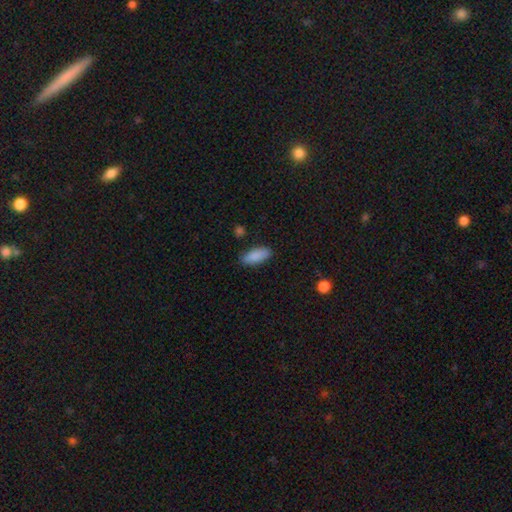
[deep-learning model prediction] Smooth or featured?
  - smooth: 88% *
  - star or artifact: 7%
  - featured or disk: 5%
How rounded?
  - in between: 82% *
  - cigar-shaped: 16%
  - round: 2%
Merging?
  - none: 82% *
  - minor disturbance: 13%
  - major disturbance: 3%
  - merger: 2%